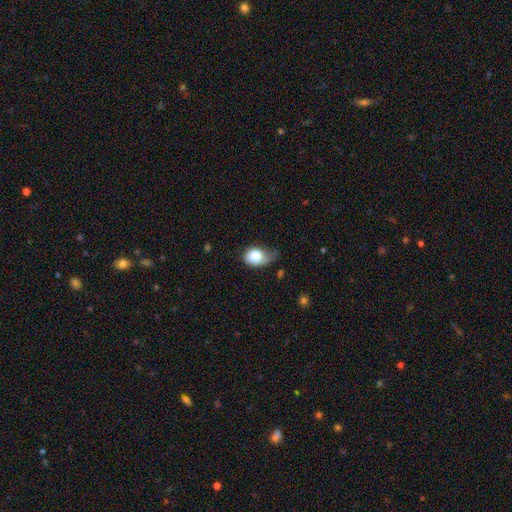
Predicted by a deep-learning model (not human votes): Smooth or featured?
  - smooth: 78% *
  - featured or disk: 14%
  - star or artifact: 8%
How rounded?
  - in between: 65% *
  - round: 34%
  - cigar-shaped: 1%
Merging?
  - minor disturbance: 45% *
  - major disturbance: 29%
  - none: 23%
  - merger: 4%